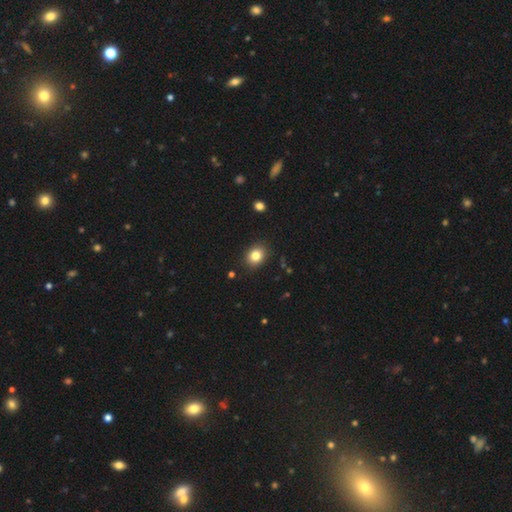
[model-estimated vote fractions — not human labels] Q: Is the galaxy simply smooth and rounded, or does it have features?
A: smooth — 82%.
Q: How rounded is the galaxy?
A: round — 55%.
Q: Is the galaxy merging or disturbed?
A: none — 88%.